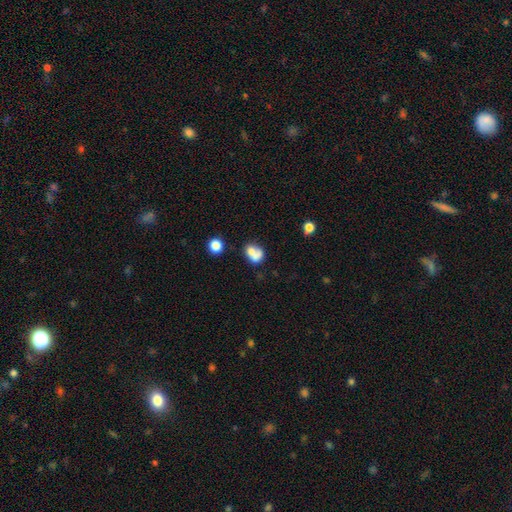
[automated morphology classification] A smooth galaxy with no disk features (65%) that is in between round and cigar-shaped (52%).

Vote fractions:
- Smooth or featured? smooth: 65% / featured or disk: 24% / star or artifact: 11%
- How rounded? in between: 52% / round: 46% / cigar-shaped: 2%
- Merging? merger: 51% / none: 27% / minor disturbance: 11% / major disturbance: 10%